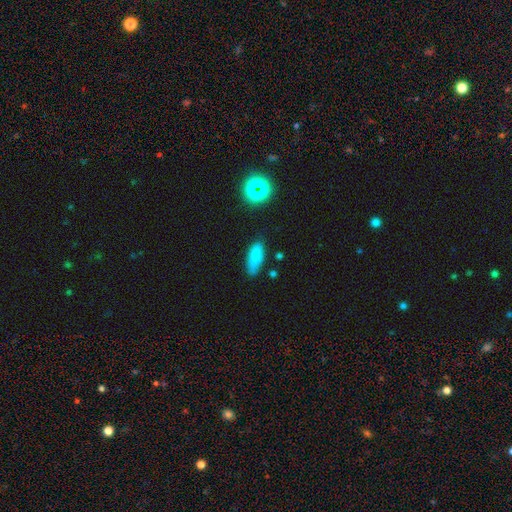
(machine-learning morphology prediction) A smooth galaxy with no disk features (80%) that is in between round and cigar-shaped (71%). Merging: none (66%).